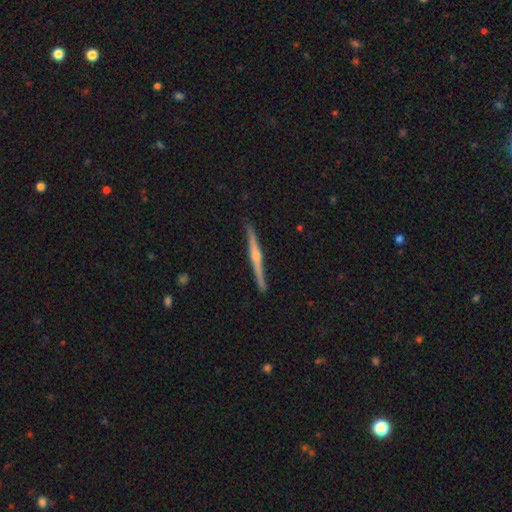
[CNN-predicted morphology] smooth_or_featured: featured or disk (p=0.81) [alt: smooth p=0.14]
disk_edge_on: yes (p=0.98) [alt: no p=0.02]
edge_on_bulge: rounded (p=0.85) [alt: none p=0.10]
merging: none (p=0.91) [alt: minor disturbance p=0.07]